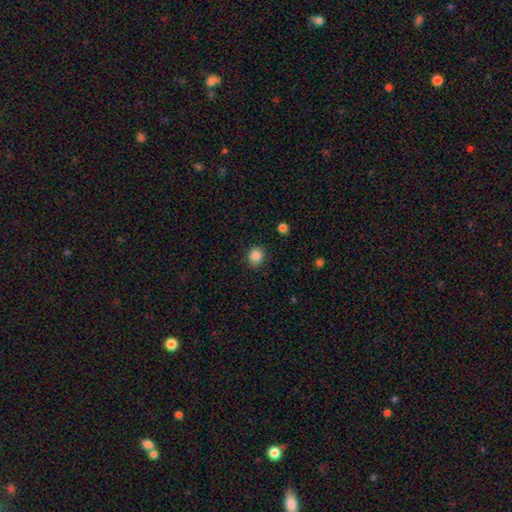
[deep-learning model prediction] Smooth or featured? Predicted: smooth (p=0.86). How rounded? Predicted: round (p=0.83). Merging? Predicted: none (p=0.89).